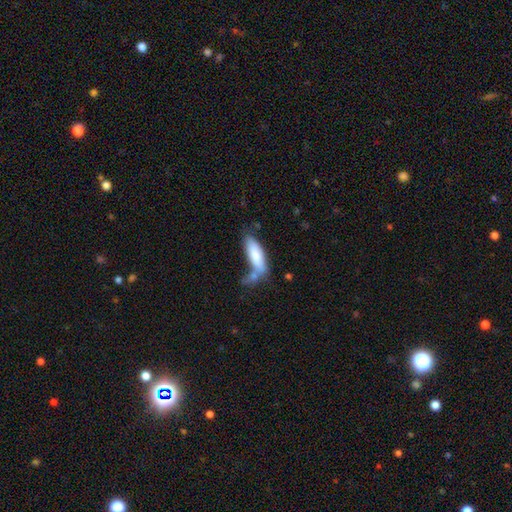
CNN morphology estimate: The model was most divided on "merging": none: 43%, merger: 28%, minor disturbance: 21%, major disturbance: 9%. More confident: smooth or featured — smooth (79%); how rounded — in between (58%).